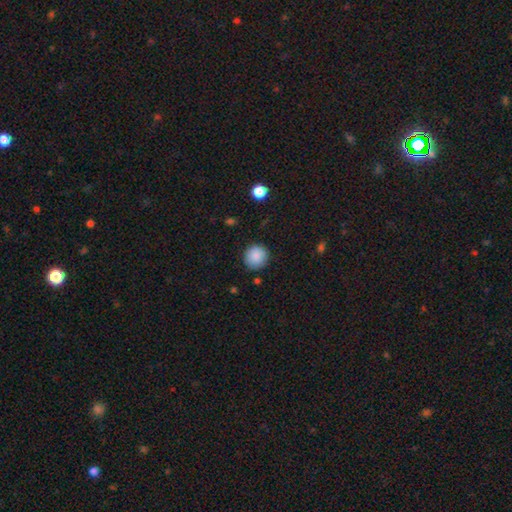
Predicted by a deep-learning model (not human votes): Q: Smooth or featured?
A: smooth (87%); runner-up: star or artifact (8%)
Q: How rounded?
A: round (91%); runner-up: in between (8%)
Q: Merging?
A: none (87%); runner-up: minor disturbance (9%)